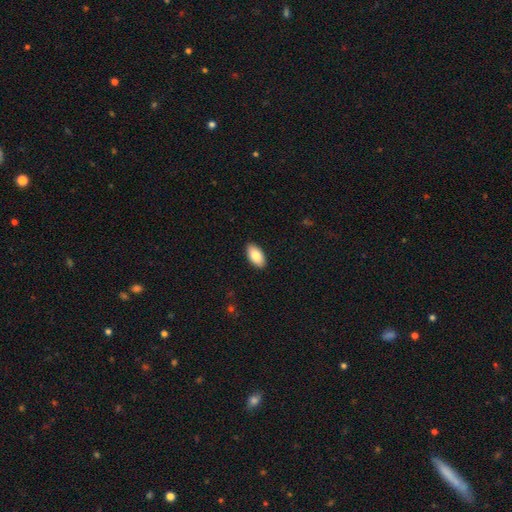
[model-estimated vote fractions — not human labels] This is clearly a smooth galaxy (84%). How rounded: clearly in between (95%). Merging: clearly none (90%).